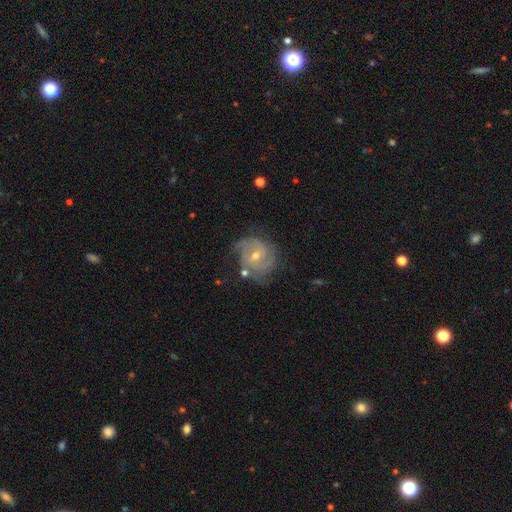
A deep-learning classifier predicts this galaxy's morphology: A featured or disk galaxy (84%) with no bar (54%), 2 (33%) tight (54%) spiral arms (96%) and a moderate central bulge (49%).

Vote fractions:
- Smooth or featured? featured or disk: 84% / smooth: 9% / star or artifact: 7%
- Edge-on disk? no: 98% / yes: 2%
- Bar? no: 54% / weak: 38% / strong: 9%
- Spiral arms? yes: 96% / no: 4%
- Spiral winding? tight: 54% / medium: 37% / loose: 9%
- Spiral arm count? 2: 33% / 3: 32% / can't tell: 19% / 4: 7% / 1: 5% / more than 4: 4%
- Bulge size? moderate: 49% / small: 48% / large: 1% / none: 1% / dominant: 1%
- Merging? none: 68% / minor disturbance: 20% / major disturbance: 8% / merger: 4%